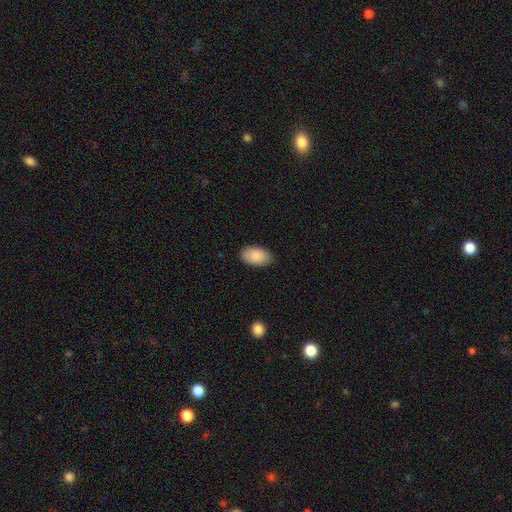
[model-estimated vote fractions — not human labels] Q: Smooth or featured?
A: smooth (90%); runner-up: star or artifact (6%)
Q: How rounded?
A: in between (95%); runner-up: round (4%)
Q: Merging?
A: none (86%); runner-up: minor disturbance (11%)